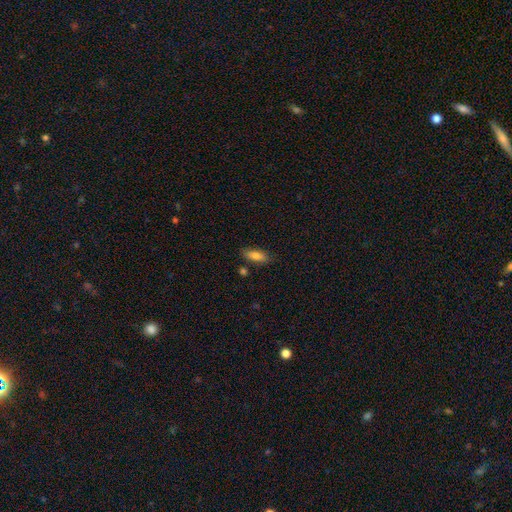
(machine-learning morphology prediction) smooth_or_featured: smooth (p=0.82) [alt: featured or disk p=0.11]
how_rounded: in between (p=0.69) [alt: cigar-shaped p=0.29]
merging: none (p=0.80) [alt: minor disturbance p=0.13]